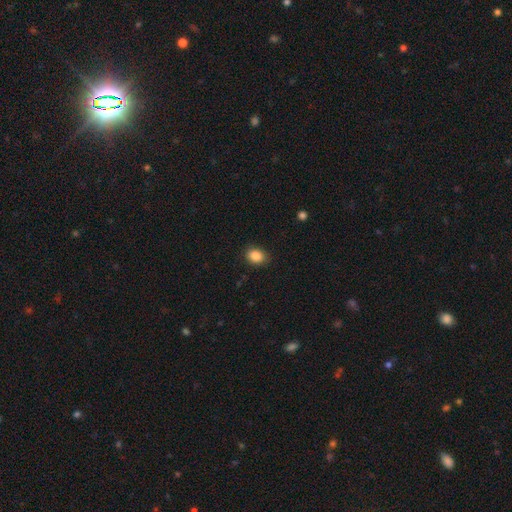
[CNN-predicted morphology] Q: Smooth or featured?
A: smooth (86%); runner-up: star or artifact (10%)
Q: How rounded?
A: in between (57%); runner-up: round (42%)
Q: Merging?
A: none (87%); runner-up: minor disturbance (9%)